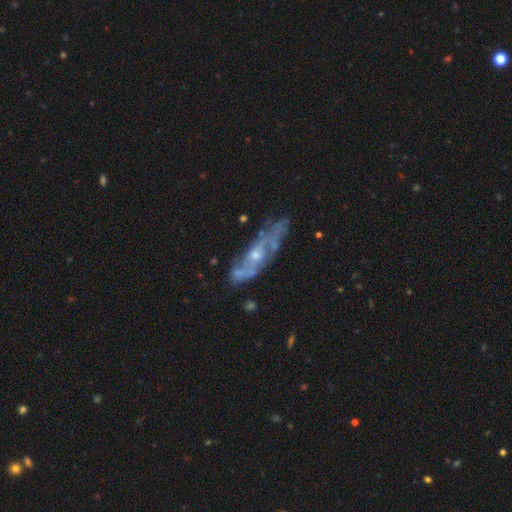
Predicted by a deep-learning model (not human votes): A featured or disk galaxy (76%) with no bar (68%), spiral arms (72%) and a moderate central bulge (50%). Merging: none (61%).